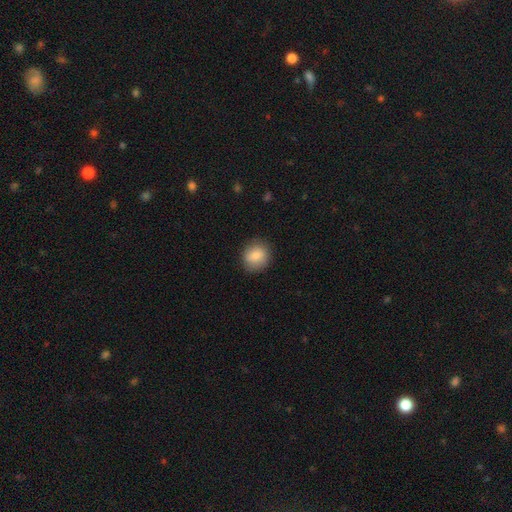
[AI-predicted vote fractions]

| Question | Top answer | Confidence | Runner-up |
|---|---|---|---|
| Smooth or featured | smooth | 84% | featured or disk (8%) |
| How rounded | round | 79% | in between (20%) |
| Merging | none | 86% | minor disturbance (11%) |